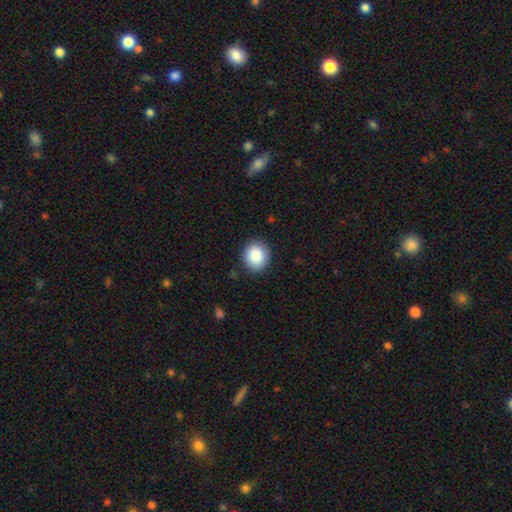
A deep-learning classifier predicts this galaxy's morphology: smooth 88%, star or artifact 8%, featured or disk 4%. Down the decision tree: how rounded — round (84%); merging — none (89%).